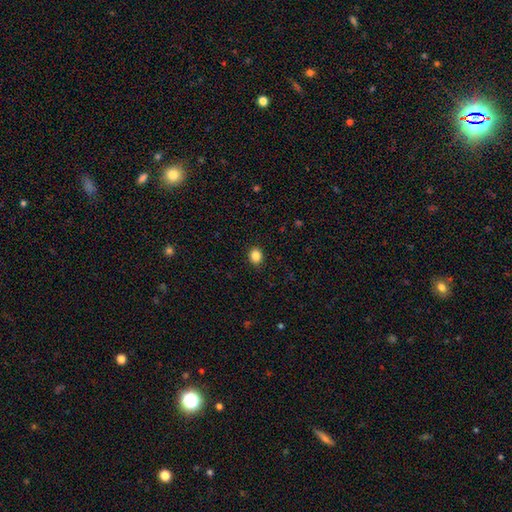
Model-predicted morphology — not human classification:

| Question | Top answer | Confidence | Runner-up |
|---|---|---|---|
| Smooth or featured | smooth | 85% | star or artifact (11%) |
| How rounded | round | 64% | in between (36%) |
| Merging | none | 90% | minor disturbance (7%) |